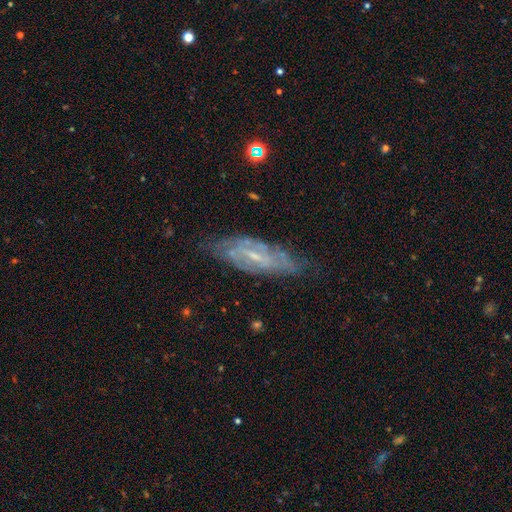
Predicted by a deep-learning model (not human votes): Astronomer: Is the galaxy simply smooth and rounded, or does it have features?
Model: featured or disk — 74%.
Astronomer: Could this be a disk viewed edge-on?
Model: no — 73%.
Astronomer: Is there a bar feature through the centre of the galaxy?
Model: weak — 48% (runner-up: no, 27%).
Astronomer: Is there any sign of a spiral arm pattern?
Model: yes — 77%.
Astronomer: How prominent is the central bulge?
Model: small — 65%.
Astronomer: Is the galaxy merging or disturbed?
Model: none — 70%.